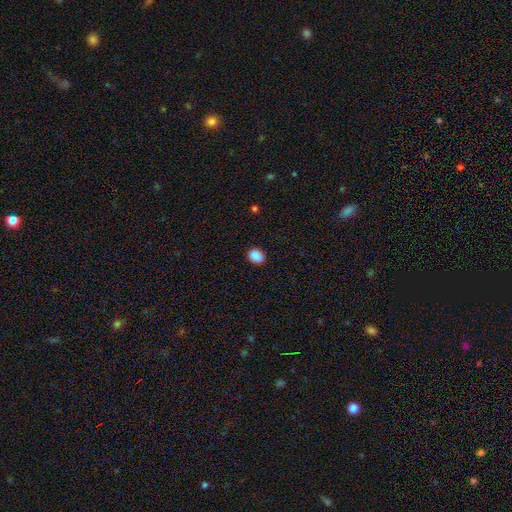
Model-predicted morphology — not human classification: smooth_or_featured: smooth (p=0.89) [alt: star or artifact p=0.09]
how_rounded: in between (p=0.57) [alt: round p=0.42]
merging: none (p=0.88) [alt: minor disturbance p=0.08]